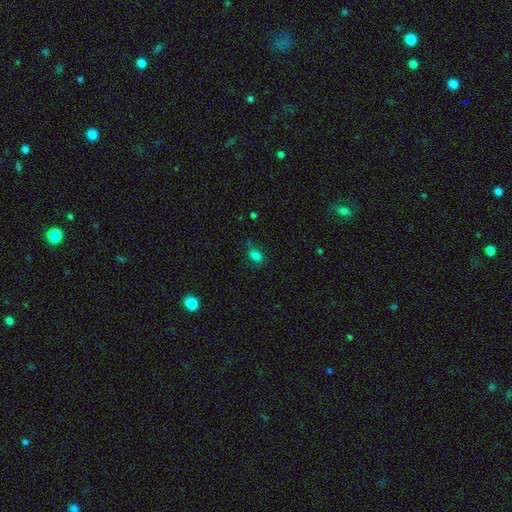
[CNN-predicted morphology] This is likely a smooth galaxy (79%). How rounded: likely in between (70%). Merging: likely none (70%).